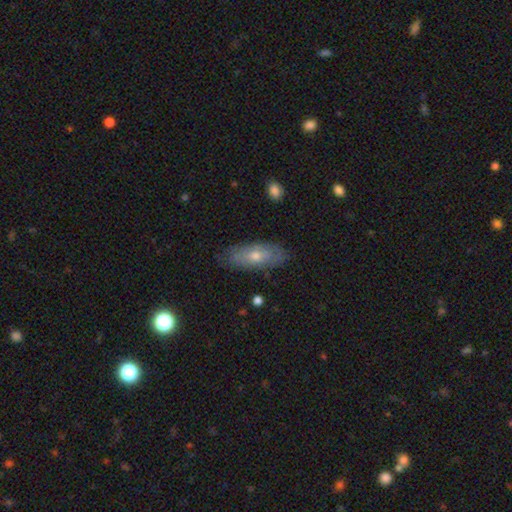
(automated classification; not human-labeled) The model was most divided on "smooth or featured": smooth: 49%, featured or disk: 43%, star or artifact: 8%. More confident: merging — none (81%).